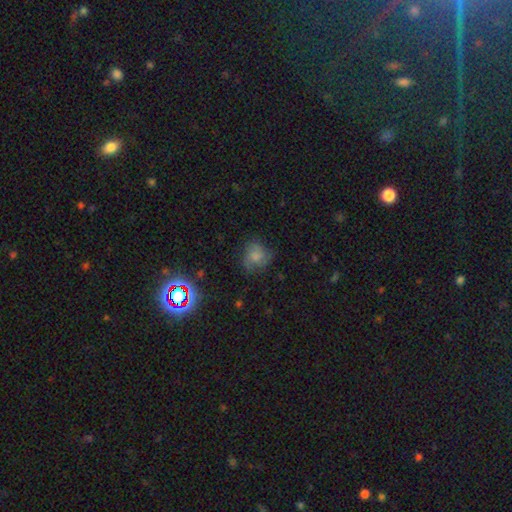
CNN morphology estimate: Smooth or featured? smooth (64%)
How rounded? round (73%)
Merging? none (60%)